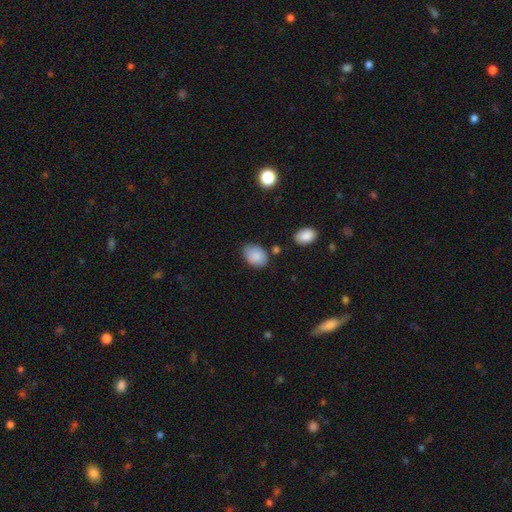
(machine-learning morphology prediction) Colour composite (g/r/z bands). It shows a smooth galaxy with no disk features (86%) that is in between round and cigar-shaped (78%). Merging: none (69%).